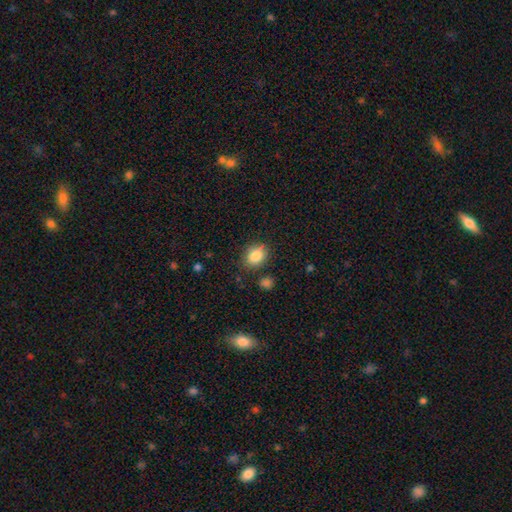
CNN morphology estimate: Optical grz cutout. It shows a smooth galaxy with no disk features (84%) that is in between round and cigar-shaped (58%). Merging: none (78%).